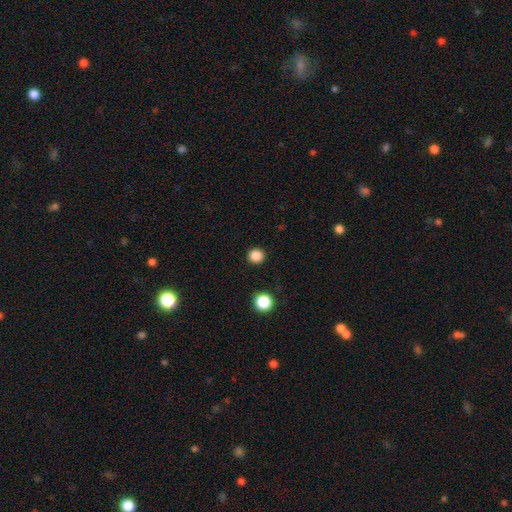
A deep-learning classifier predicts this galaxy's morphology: A smooth galaxy with no disk features (85%) that is round (94%). Merging: none (92%).